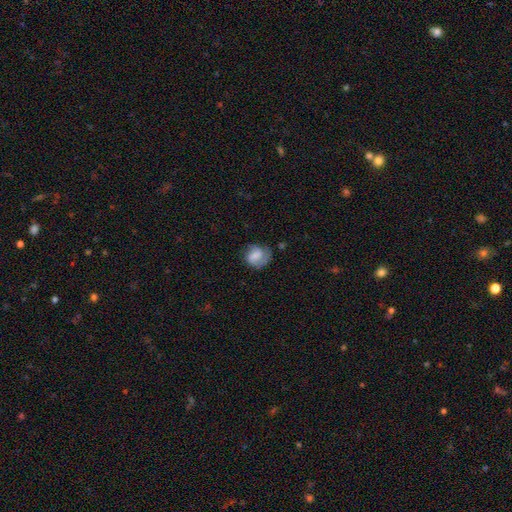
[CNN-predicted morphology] The model was most divided on "smooth or featured": smooth: 54%, featured or disk: 37%, star or artifact: 8%. Remaining: how rounded — round (60%); merging — none (48%).